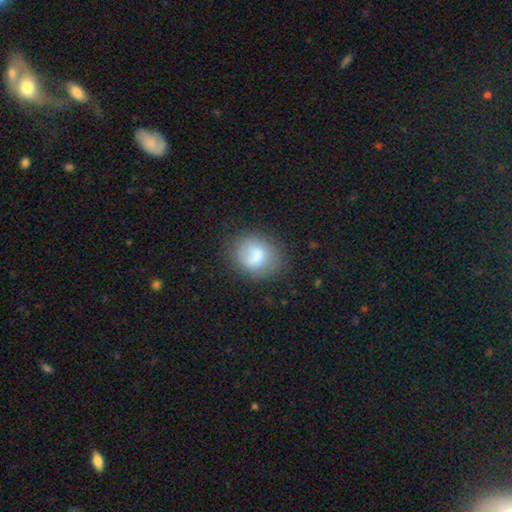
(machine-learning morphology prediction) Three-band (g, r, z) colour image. It shows a smooth galaxy with no disk features (73%) that is round (67%). Merging: none (65%).